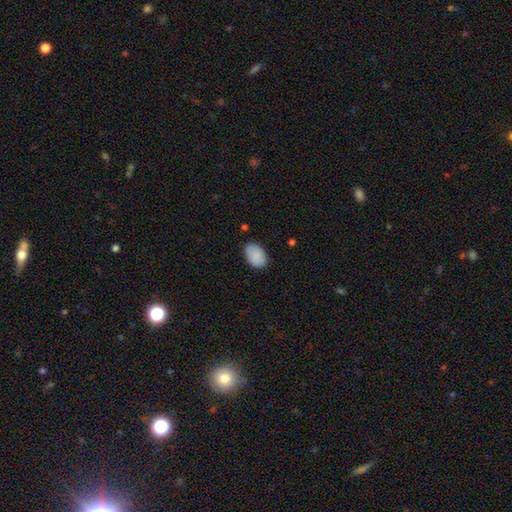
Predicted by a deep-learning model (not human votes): smooth-or-featured: smooth: 88% | star or artifact: 6% | featured or disk: 6%
  how-rounded: in between: 89% | round: 10% | cigar-shaped: 1%
  merging: none: 82% | minor disturbance: 14% | major disturbance: 3% | merger: 1%